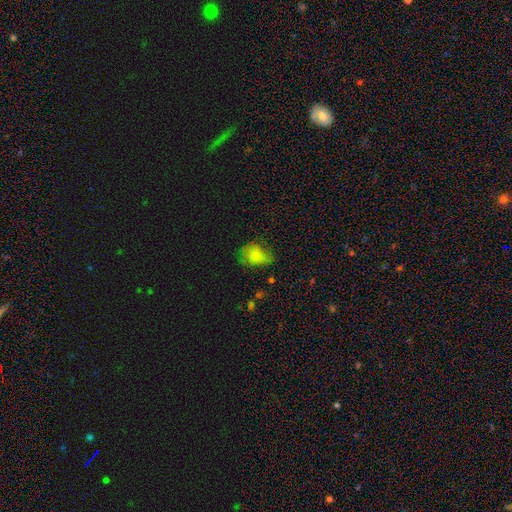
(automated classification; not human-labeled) This is likely a smooth galaxy (74%). How rounded: possibly in between (55%). Merging: possibly none (47%).